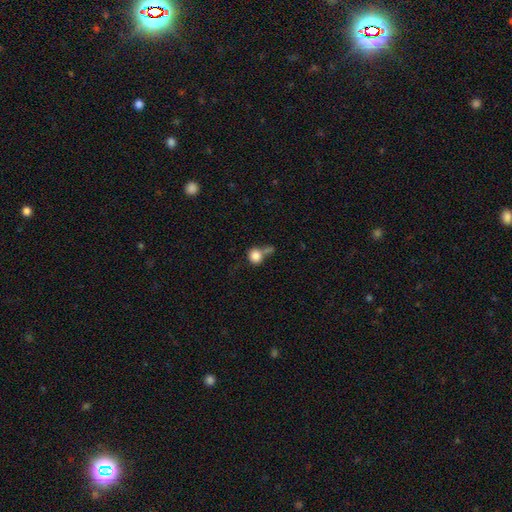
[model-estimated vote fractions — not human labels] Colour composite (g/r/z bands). It shows a smooth galaxy with no disk features (84%) that is round (82%). Merging: none (44%).